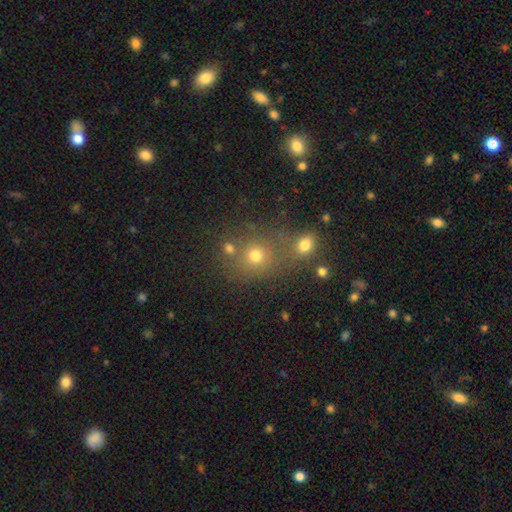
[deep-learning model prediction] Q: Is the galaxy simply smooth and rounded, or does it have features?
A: smooth — 71%.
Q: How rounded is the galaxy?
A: round — 80%.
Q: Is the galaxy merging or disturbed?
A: none — 59%.